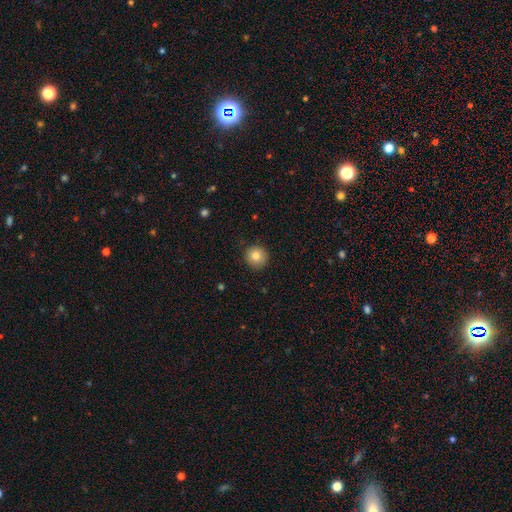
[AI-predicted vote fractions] The model was most divided on "smooth or featured": smooth: 83%, star or artifact: 10%, featured or disk: 8%. More confident: how rounded — round (94%); merging — none (89%).